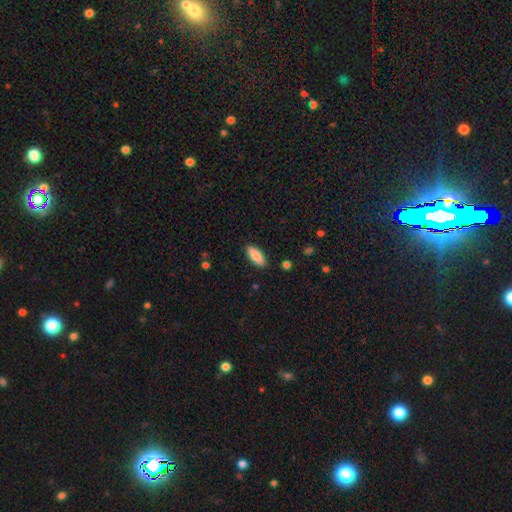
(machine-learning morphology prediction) The model was most divided on "how rounded": in between: 75%, cigar-shaped: 23%, round: 2%. More confident: merging — none (88%); smooth or featured — smooth (86%).